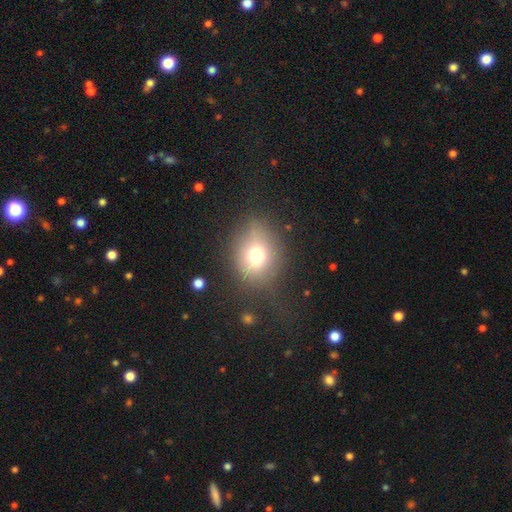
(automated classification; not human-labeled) Q: Smooth or featured?
A: smooth (69%); runner-up: star or artifact (16%)
Q: How rounded?
A: round (60%); runner-up: in between (38%)
Q: Merging?
A: none (70%); runner-up: minor disturbance (17%)